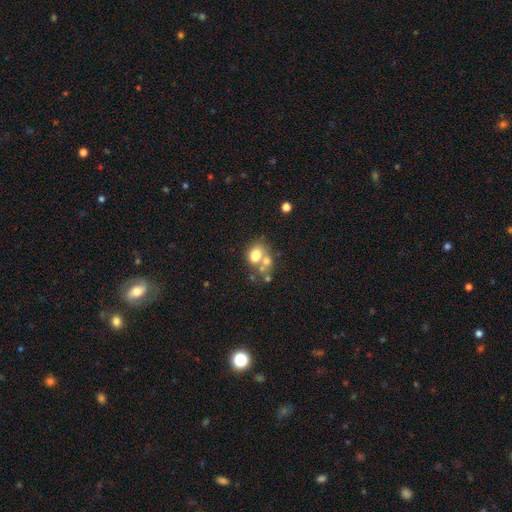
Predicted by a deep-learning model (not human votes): Smooth or featured? Predicted: smooth (p=0.69). How rounded? Predicted: in between (p=0.57). Merging? Predicted: merger (p=0.46).